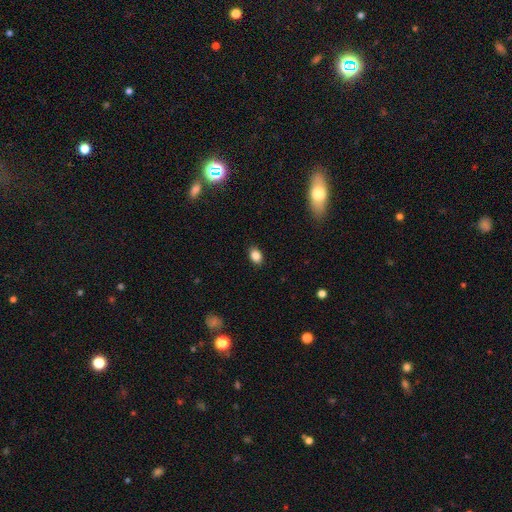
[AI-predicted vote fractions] A smooth galaxy with no disk features (85%) that is in between round and cigar-shaped (78%).

Vote fractions:
- Smooth or featured? smooth: 85% / star or artifact: 9% / featured or disk: 5%
- How rounded? in between: 78% / round: 20% / cigar-shaped: 1%
- Merging? none: 88% / minor disturbance: 9% / major disturbance: 2% / merger: 1%